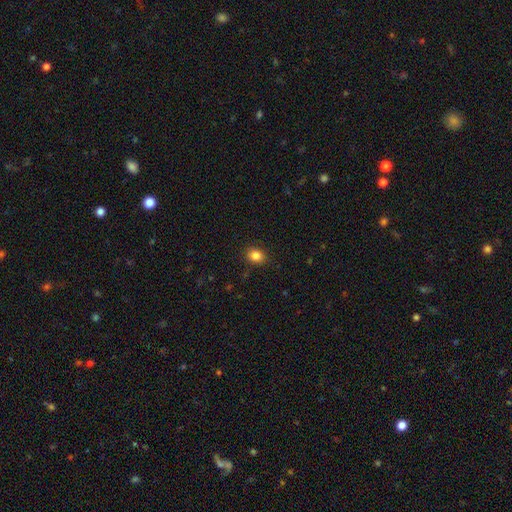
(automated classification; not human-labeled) This appears to be a smooth galaxy with no disk features (85%) that is round (52%). Merging: none (88%).